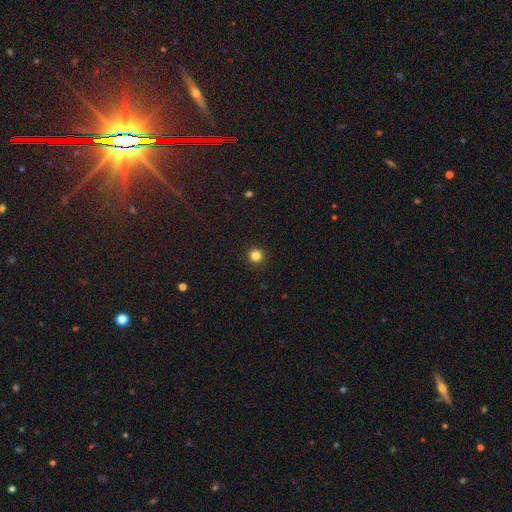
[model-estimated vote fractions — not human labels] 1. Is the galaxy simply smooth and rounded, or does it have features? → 84% smooth, 12% star or artifact, 4% featured or disk.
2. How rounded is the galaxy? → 96% round, 3% in between, 1% cigar-shaped.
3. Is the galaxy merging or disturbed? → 93% none, 4% minor disturbance, 2% major disturbance, 1% merger.